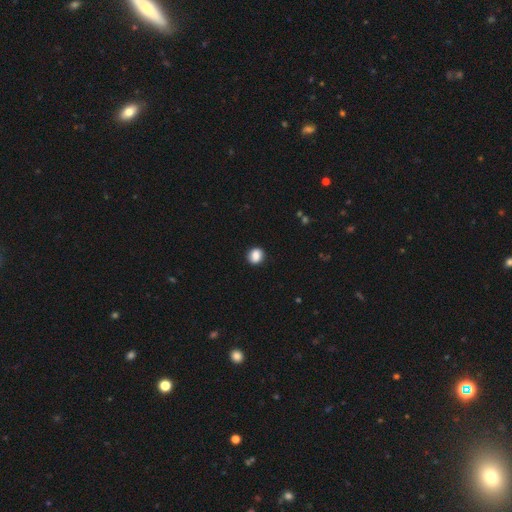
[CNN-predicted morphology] Smooth or featured?
  - smooth: 86% *
  - star or artifact: 9%
  - featured or disk: 5%
How rounded?
  - round: 75% *
  - in between: 24%
  - cigar-shaped: 1%
Merging?
  - none: 90% *
  - minor disturbance: 7%
  - major disturbance: 2%
  - merger: 1%